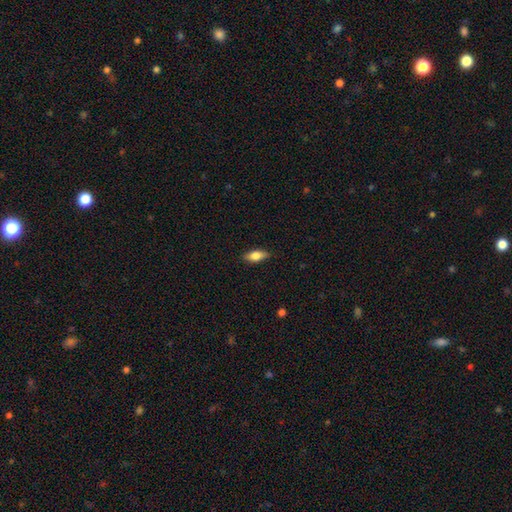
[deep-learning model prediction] The model was most divided on "smooth or featured": smooth: 73%, featured or disk: 21%, star or artifact: 7%. More confident: merging — none (86%); how rounded — in between (78%).